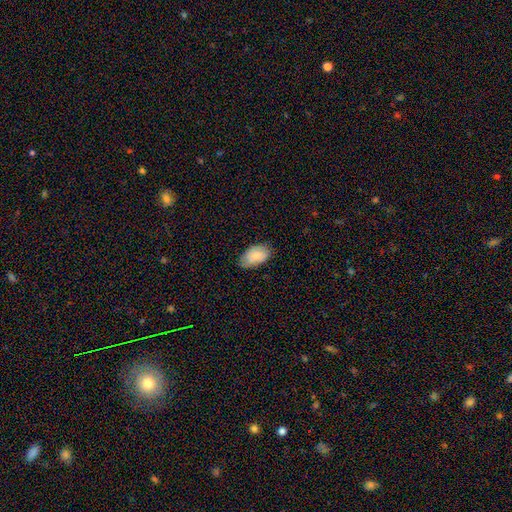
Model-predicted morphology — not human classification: Smooth or featured? smooth (76%)
How rounded? in between (94%)
Merging? none (71%)